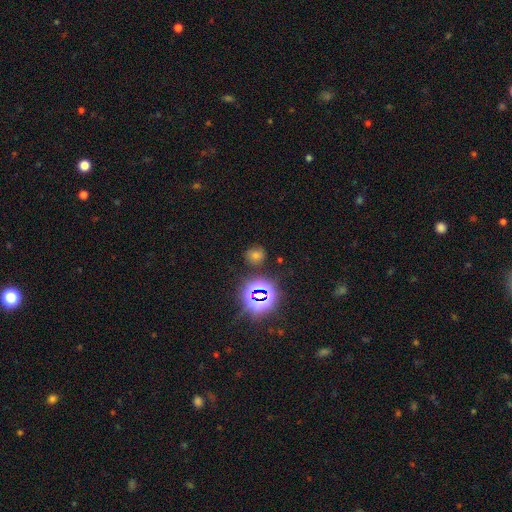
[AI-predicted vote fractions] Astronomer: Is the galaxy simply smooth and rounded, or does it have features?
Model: smooth — 46%, tied with star or artifact at 46%.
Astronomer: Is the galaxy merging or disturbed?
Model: none — 83%.